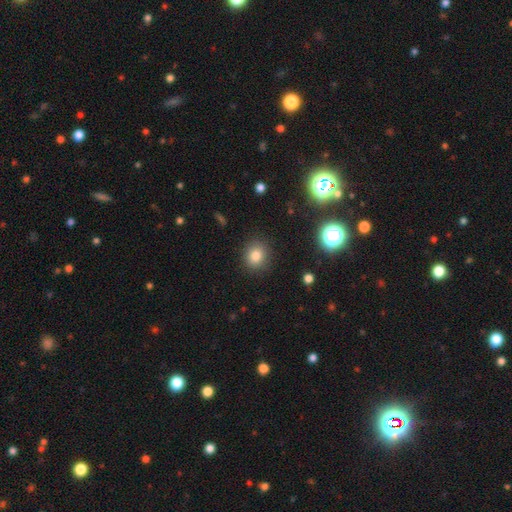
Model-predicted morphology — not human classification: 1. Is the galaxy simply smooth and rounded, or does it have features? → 80% smooth, 13% star or artifact, 7% featured or disk.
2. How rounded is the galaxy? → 78% round, 21% in between, 1% cigar-shaped.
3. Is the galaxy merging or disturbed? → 88% none, 8% minor disturbance, 3% major disturbance, 1% merger.